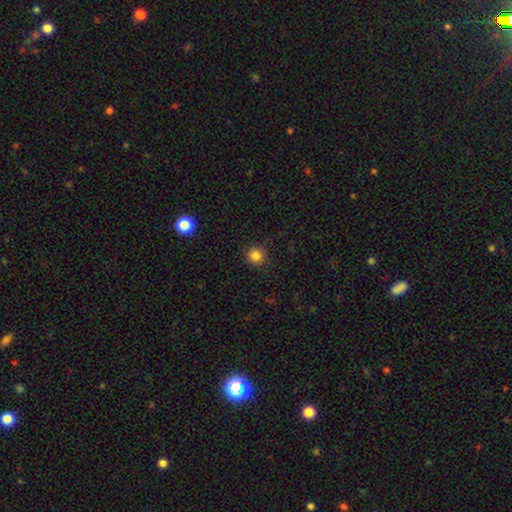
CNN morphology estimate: A smooth galaxy with no disk features (83%) that is round (94%).

Vote fractions:
- Smooth or featured? smooth: 83% / star or artifact: 13% / featured or disk: 4%
- How rounded? round: 94% / in between: 5% / cigar-shaped: 1%
- Merging? none: 89% / minor disturbance: 8% / major disturbance: 2% / merger: 1%